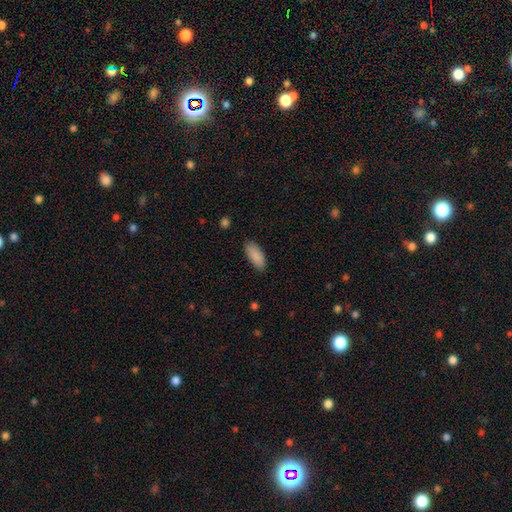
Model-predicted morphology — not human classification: Overall: smooth (90%). How rounded: in between (82%). Merging: none (86%).